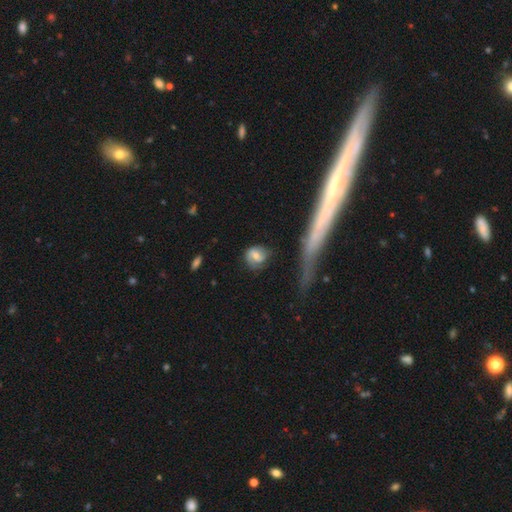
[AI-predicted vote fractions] The model was most divided on "bar": no: 50%, weak: 38%, strong: 13%. More confident: edge-on disk — no (94%); spiral arms — yes (83%); merging — none (64%); bulge size — moderate (60%); smooth or featured — featured or disk (55%).